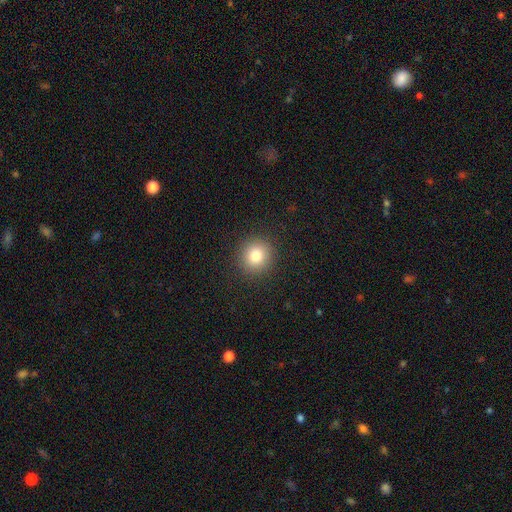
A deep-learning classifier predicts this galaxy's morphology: Smooth or featured?
  - smooth: 80% *
  - star or artifact: 12%
  - featured or disk: 8%
How rounded?
  - round: 92% *
  - in between: 8%
  - cigar-shaped: 1%
Merging?
  - none: 91% *
  - minor disturbance: 6%
  - major disturbance: 2%
  - merger: 1%